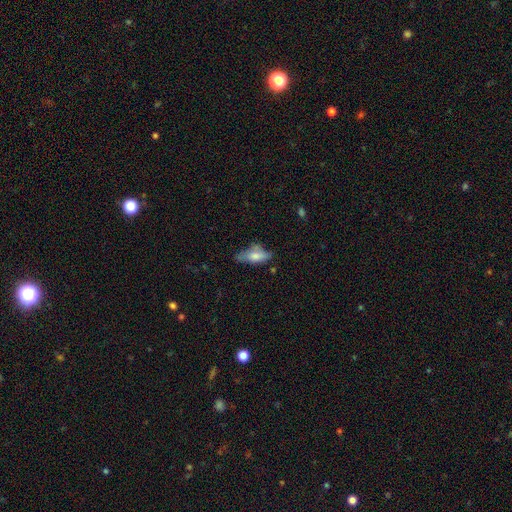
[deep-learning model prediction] Smooth or featured? smooth (64%)
How rounded? in between (70%)
Merging? none (47%)